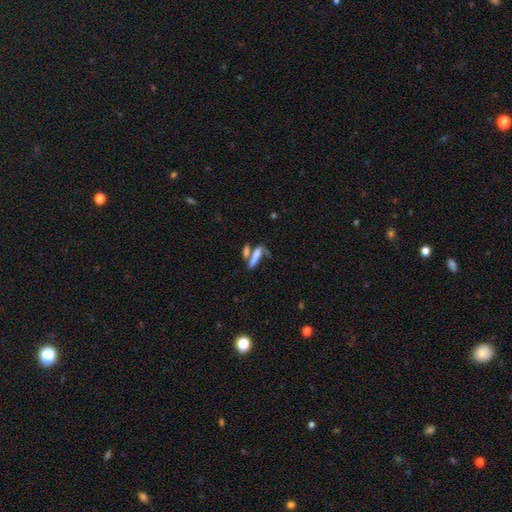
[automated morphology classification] Q: Smooth or featured?
A: smooth (66%); runner-up: featured or disk (24%)
Q: How rounded?
A: cigar-shaped (70%); runner-up: in between (27%)
Q: Merging?
A: merger (43%); runner-up: none (38%)